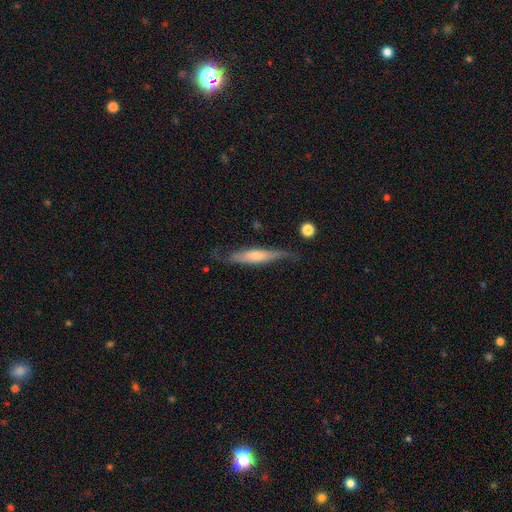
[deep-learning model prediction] Overall: featured or disk (54%; smooth 41%). Edge-on disk: yes (73%). Merging: none (61%; minor disturbance 26%).